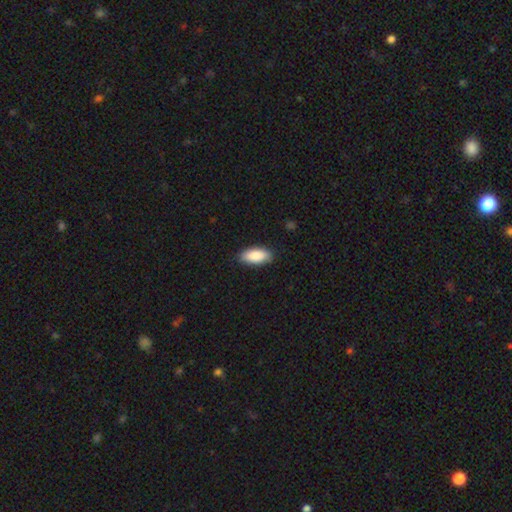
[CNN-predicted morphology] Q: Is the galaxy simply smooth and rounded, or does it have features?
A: smooth — 88%.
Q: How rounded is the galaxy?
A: in between — 88%.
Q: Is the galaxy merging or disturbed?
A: none — 87%.